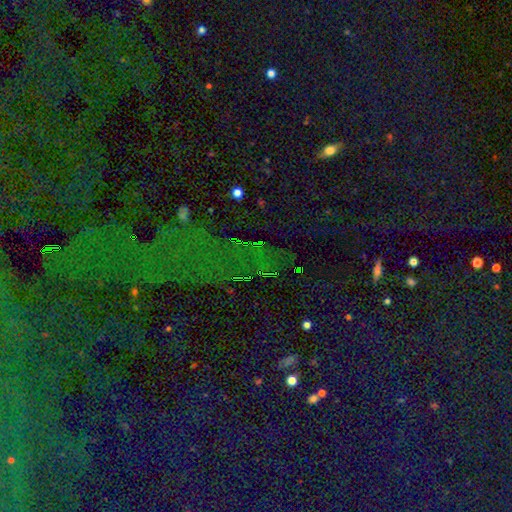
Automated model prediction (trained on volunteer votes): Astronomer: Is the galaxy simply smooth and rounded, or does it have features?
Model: star or artifact — 83%.